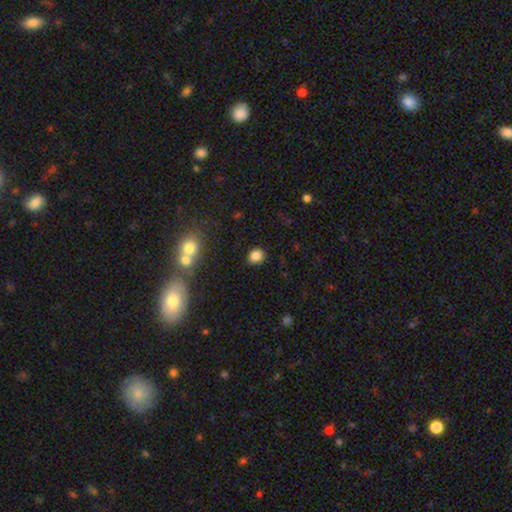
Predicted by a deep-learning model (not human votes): smooth 84%, star or artifact 11%, featured or disk 5%. Down the decision tree: how rounded — round (63%); merging — none (86%).